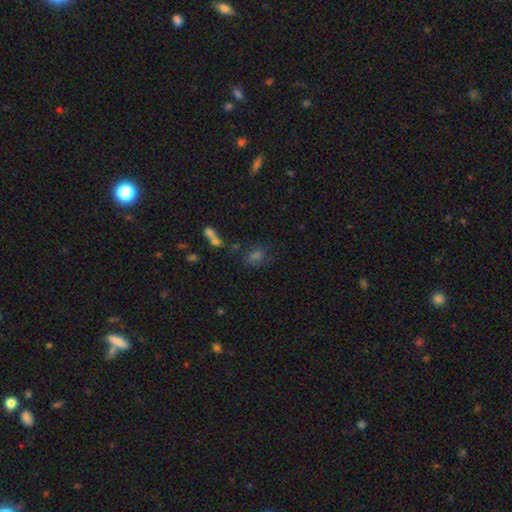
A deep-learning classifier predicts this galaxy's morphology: smooth_or_featured: smooth (p=0.48) [alt: star or artifact p=0.35]
merging: none (p=0.68) [alt: minor disturbance p=0.15]